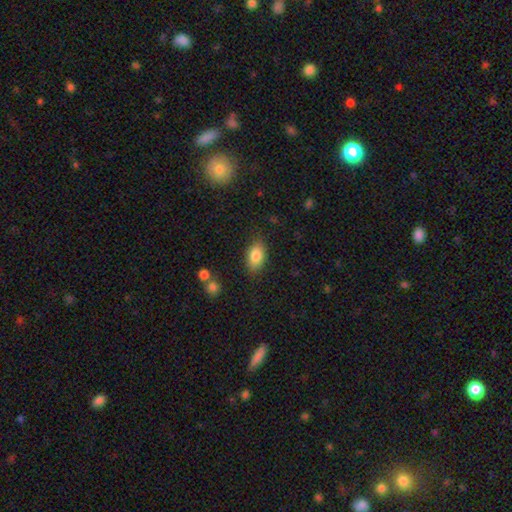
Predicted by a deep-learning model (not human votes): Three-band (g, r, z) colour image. It shows a smooth galaxy with no disk features (84%) that is in between round and cigar-shaped (89%). Merging: none (81%).